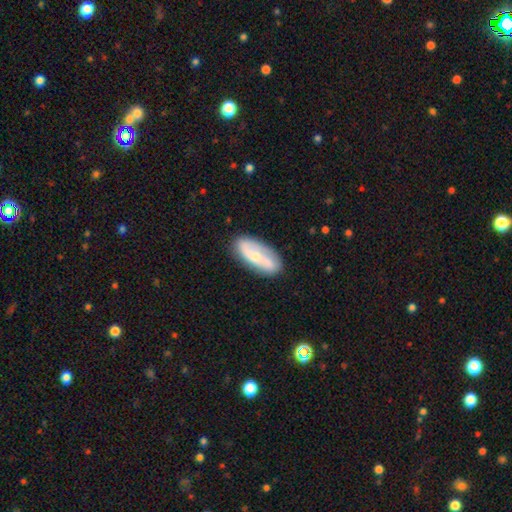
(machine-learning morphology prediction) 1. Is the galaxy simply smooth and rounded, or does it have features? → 63% featured or disk, 31% smooth, 6% star or artifact.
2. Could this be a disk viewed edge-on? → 89% no, 11% yes.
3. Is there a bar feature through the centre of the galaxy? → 50% no, 31% weak, 19% strong.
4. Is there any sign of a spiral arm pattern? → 80% yes, 20% no.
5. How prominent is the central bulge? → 52% small, 42% moderate, 3% large, 2% none, 1% dominant.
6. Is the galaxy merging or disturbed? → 80% none, 14% minor disturbance, 3% major disturbance, 2% merger.